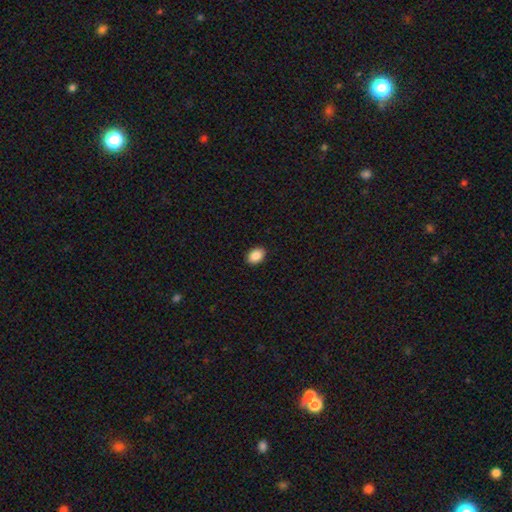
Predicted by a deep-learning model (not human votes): Smooth or featured? smooth (89%)
How rounded? in between (81%)
Merging? none (91%)